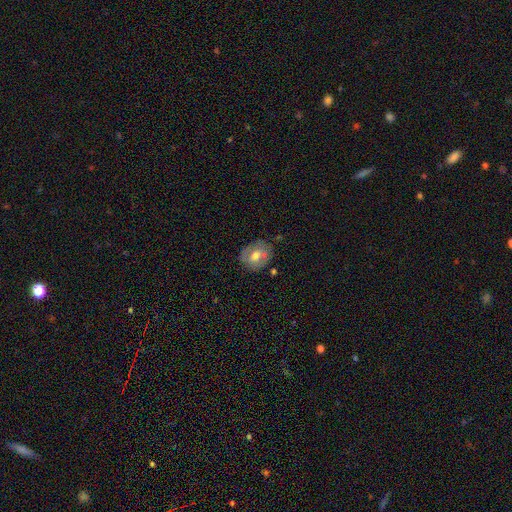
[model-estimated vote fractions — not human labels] smooth-or-featured: smooth: 54% | featured or disk: 38% | star or artifact: 8%
  how-rounded: round: 56% | in between: 43% | cigar-shaped: 1%
  merging: none: 74% | minor disturbance: 18% | major disturbance: 5% | merger: 2%